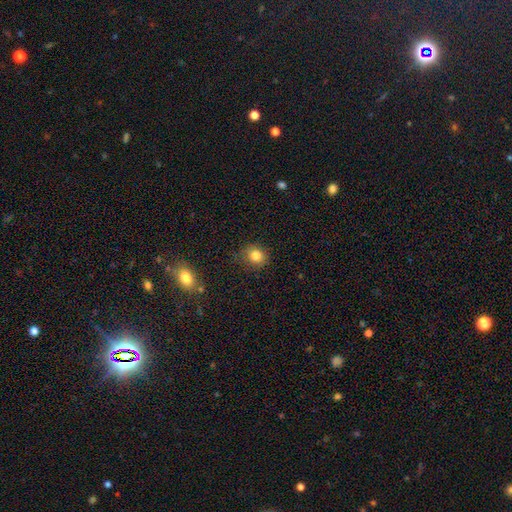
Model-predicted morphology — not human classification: smooth 83%, star or artifact 11%, featured or disk 6%. Down the decision tree: how rounded — round (76%); merging — none (81%).